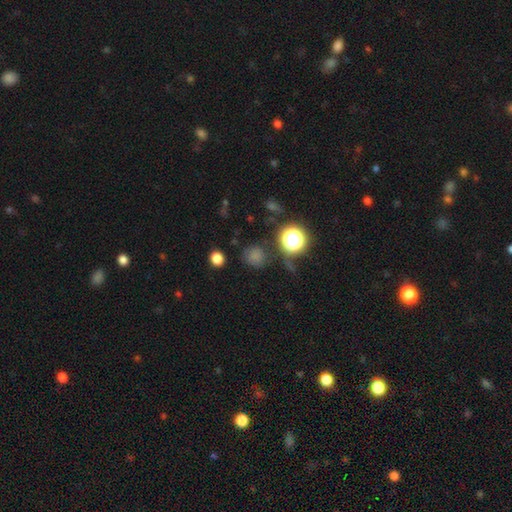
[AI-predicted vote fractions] Smooth or featured?
  - smooth: 72% *
  - star or artifact: 23%
  - featured or disk: 6%
How rounded?
  - round: 90% *
  - in between: 9%
  - cigar-shaped: 1%
Merging?
  - none: 79% *
  - minor disturbance: 12%
  - major disturbance: 6%
  - merger: 3%